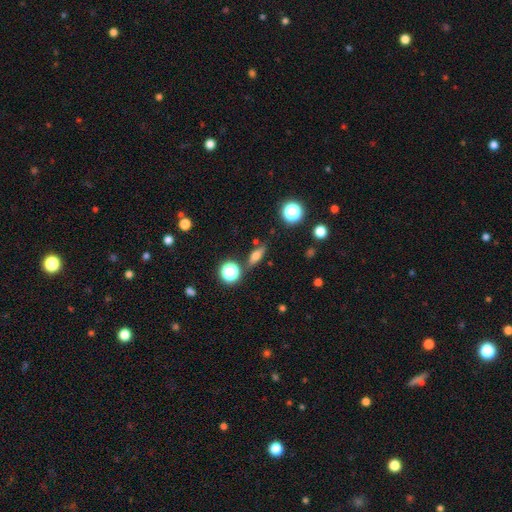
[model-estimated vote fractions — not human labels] smooth 56%, featured or disk 31%, star or artifact 13%. Down the decision tree: how rounded — in between (49%); merging — none (81%).